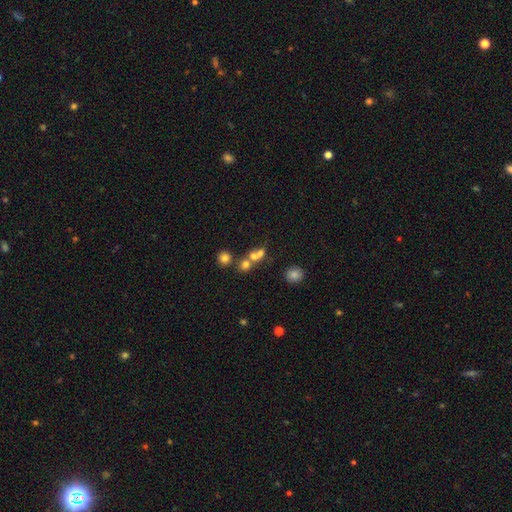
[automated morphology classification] Smooth or featured? smooth (63%)
How rounded? round (66%)
Merging? merger (57%)